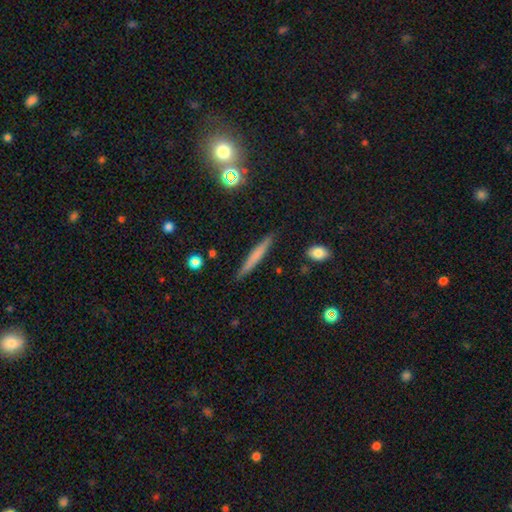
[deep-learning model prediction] Overall: smooth (61%; featured or disk 32%). How rounded: cigar-shaped (95%). Merging: none (88%).